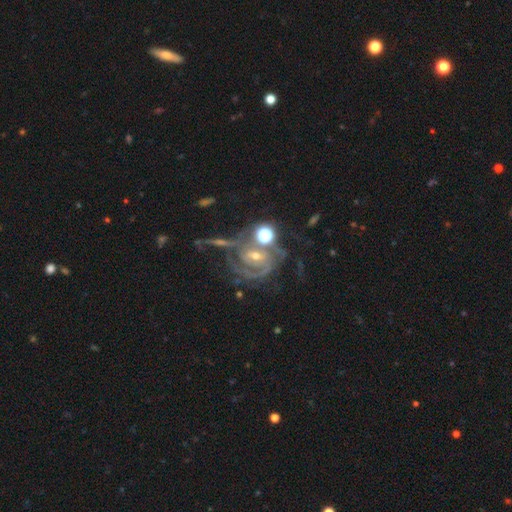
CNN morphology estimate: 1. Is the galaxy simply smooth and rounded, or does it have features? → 85% featured or disk, 9% star or artifact, 6% smooth.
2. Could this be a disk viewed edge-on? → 97% no, 3% yes.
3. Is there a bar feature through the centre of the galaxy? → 45% no, 37% weak, 18% strong.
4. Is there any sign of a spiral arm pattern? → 94% yes, 6% no.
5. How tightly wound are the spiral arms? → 59% tight, 32% medium, 9% loose.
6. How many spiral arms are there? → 41% 2, 23% can't tell, 20% 3, 7% 1, 5% 4, 5% more than 4.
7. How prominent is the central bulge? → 53% small, 42% moderate, 2% large, 2% none, 1% dominant.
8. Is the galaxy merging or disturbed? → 42% none, 22% major disturbance, 18% minor disturbance, 17% merger.